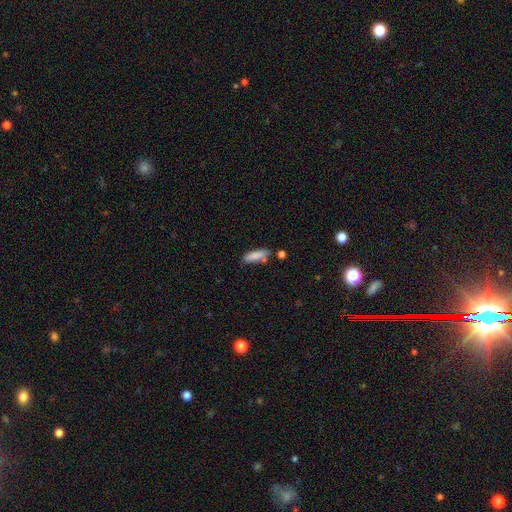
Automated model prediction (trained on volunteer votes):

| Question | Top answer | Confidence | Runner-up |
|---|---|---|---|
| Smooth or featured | smooth | 84% | featured or disk (9%) |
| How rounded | cigar-shaped | 51% | in between (47%) |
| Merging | none | 68% | minor disturbance (18%) |